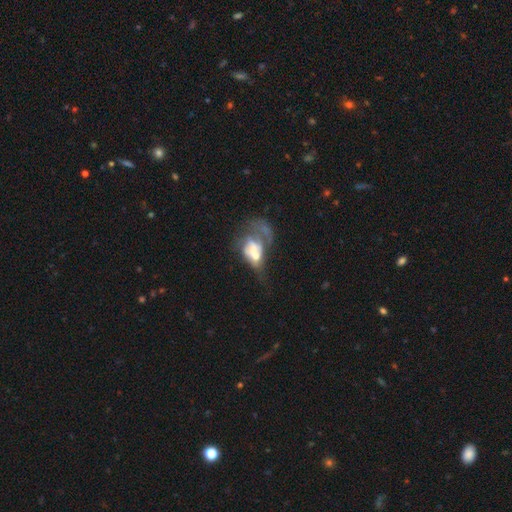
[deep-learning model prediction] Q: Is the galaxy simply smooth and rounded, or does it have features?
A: featured or disk — 55%.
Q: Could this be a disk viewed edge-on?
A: no — 94%.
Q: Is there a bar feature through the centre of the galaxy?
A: no — 78%.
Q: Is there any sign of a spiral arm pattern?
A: no — 64%.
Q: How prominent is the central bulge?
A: moderate — 43%.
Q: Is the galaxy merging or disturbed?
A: merger — 50%.